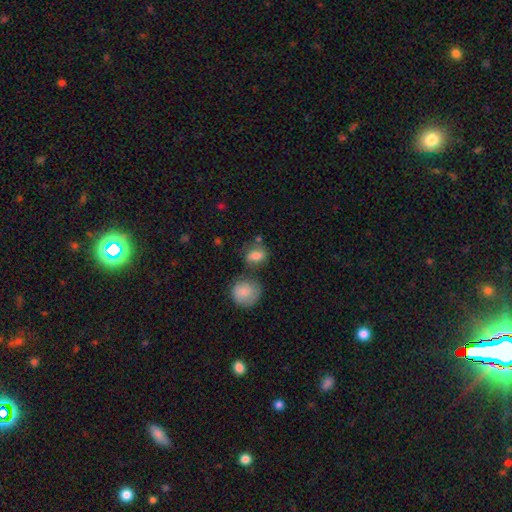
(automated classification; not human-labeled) smooth_or_featured: smooth (p=0.79) [alt: featured or disk p=0.12]
how_rounded: in between (p=0.65) [alt: round p=0.32]
merging: none (p=0.56) [alt: minor disturbance p=0.20]